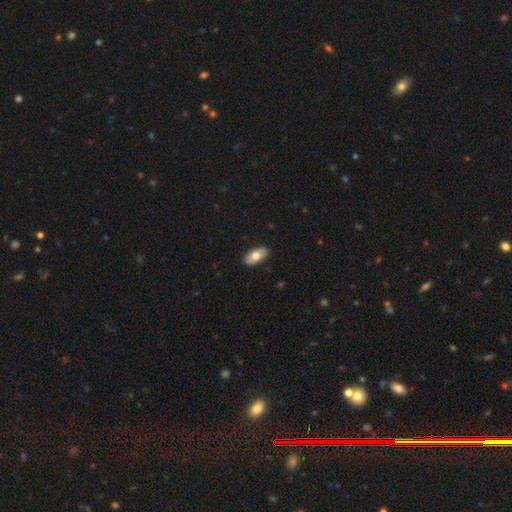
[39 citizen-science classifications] smooth 67%, featured or disk 31%, star or artifact 3%. Down the decision tree: how rounded — in between (92%); merging — none (84%).